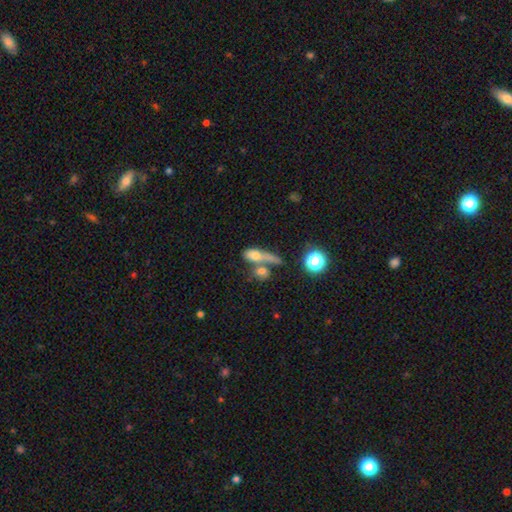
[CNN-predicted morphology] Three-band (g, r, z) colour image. It shows a smooth galaxy with no disk features (66%) that is in between round and cigar-shaped (57%). Merging: merger (45%).